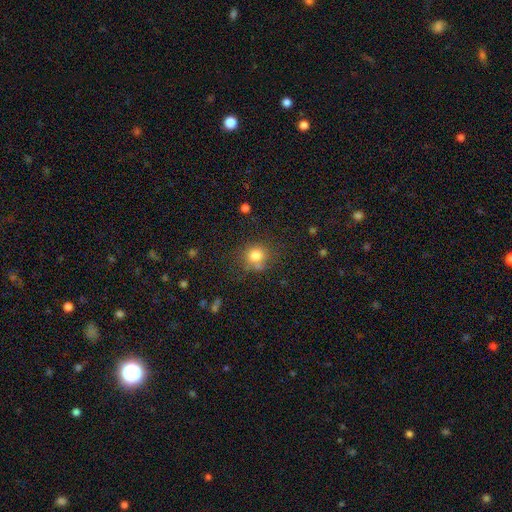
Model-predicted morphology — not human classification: Smooth or featured? Predicted: smooth (p=0.80). How rounded? Predicted: round (p=0.85). Merging? Predicted: none (p=0.69).